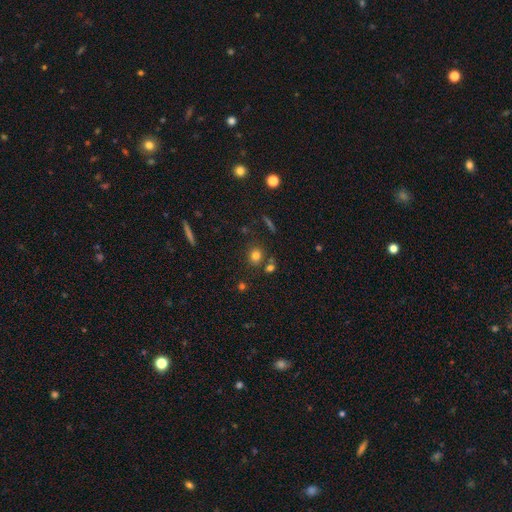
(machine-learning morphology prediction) smooth 76%, star or artifact 15%, featured or disk 9%. Down the decision tree: how rounded — round (78%); merging — none (75%).